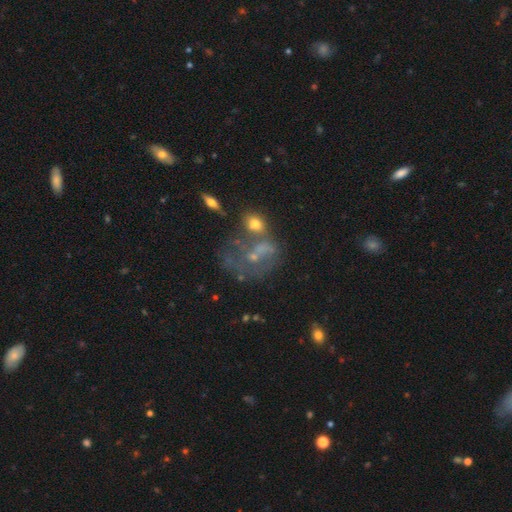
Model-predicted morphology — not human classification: Overall: featured or disk (49%; smooth 28%). Merging: none (30%; major disturbance 29%).